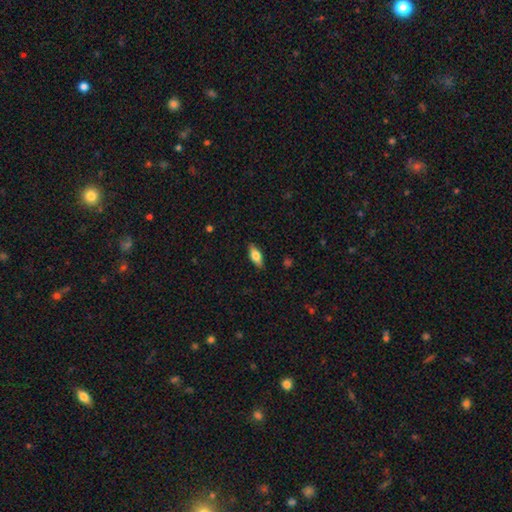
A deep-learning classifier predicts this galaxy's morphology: A smooth galaxy with no disk features (68%) that is in between round and cigar-shaped (77%).

Vote fractions:
- Smooth or featured? smooth: 68% / featured or disk: 25% / star or artifact: 7%
- How rounded? in between: 77% / cigar-shaped: 20% / round: 3%
- Merging? none: 87% / minor disturbance: 9% / major disturbance: 2% / merger: 1%